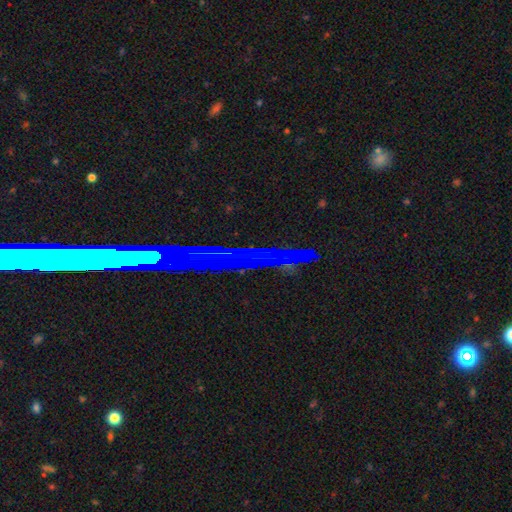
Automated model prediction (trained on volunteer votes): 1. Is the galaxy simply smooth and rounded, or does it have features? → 54% star or artifact, 30% featured or disk, 16% smooth.